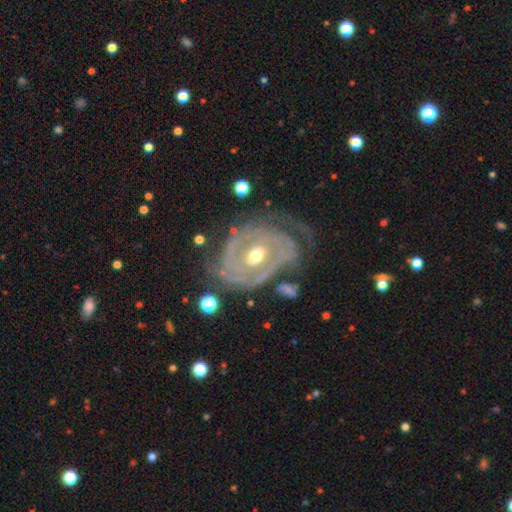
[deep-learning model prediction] Q: Smooth or featured?
A: featured or disk (89%); runner-up: smooth (6%)
Q: Edge-on disk?
A: no (96%); runner-up: yes (4%)
Q: Bar?
A: no (50%); runner-up: weak (34%)
Q: Spiral arms?
A: yes (93%); runner-up: no (7%)
Q: Spiral winding?
A: tight (70%); runner-up: medium (23%)
Q: Spiral arm count?
A: 2 (37%); runner-up: can't tell (26%)
Q: Bulge size?
A: moderate (70%); runner-up: small (24%)
Q: Merging?
A: none (59%); runner-up: minor disturbance (23%)